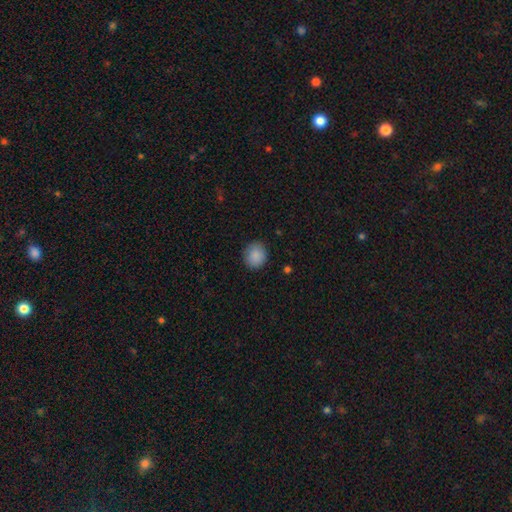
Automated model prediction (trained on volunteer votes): This appears to be a smooth galaxy with no disk features (88%) that is round (84%). Merging: none (87%).